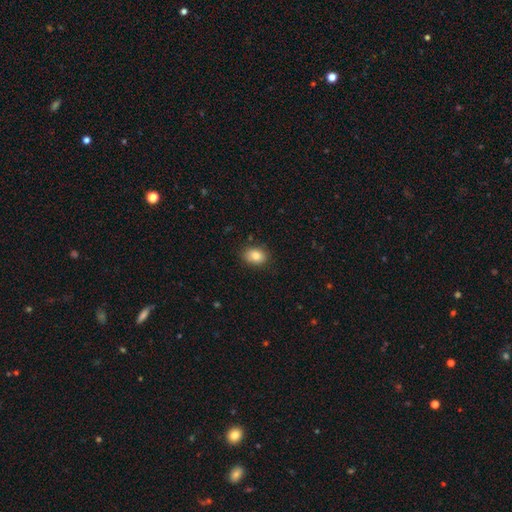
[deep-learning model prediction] smooth 84%, star or artifact 9%, featured or disk 7%. Down the decision tree: how rounded — in between (67%); merging — none (84%).